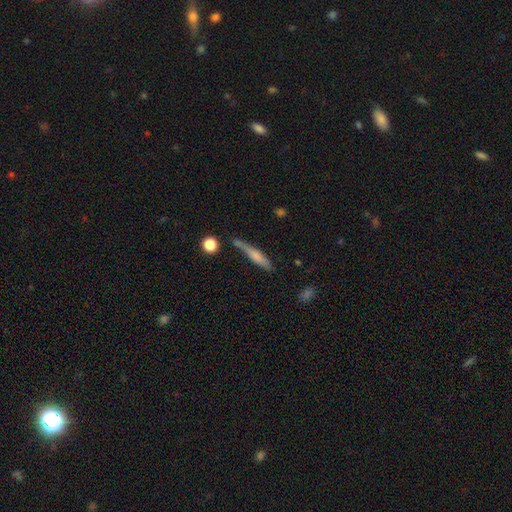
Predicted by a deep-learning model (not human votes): smooth 57%, featured or disk 36%, star or artifact 7%. Down the decision tree: how rounded — cigar-shaped (88%); merging — none (63%).